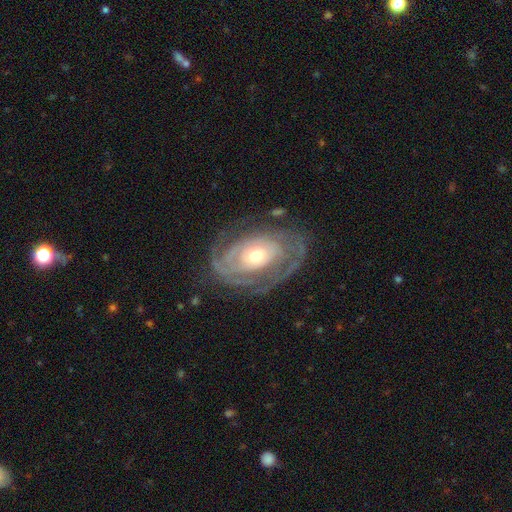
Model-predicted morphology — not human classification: Overall: featured or disk (86%). Edge-on disk: no (96%). Bar: no (76%). Spiral arms: yes (91%). Spiral arm count: can't tell (34%; 2 28%). Spiral winding: tight (68%). Bulge size: moderate (68%). Merging: none (68%).